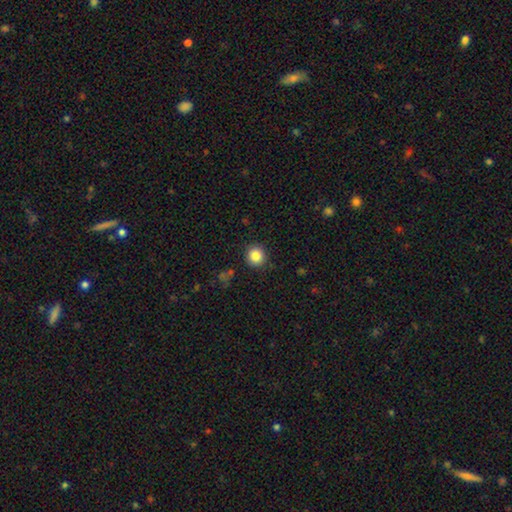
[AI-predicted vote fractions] Smooth or featured?
  - smooth: 85% *
  - star or artifact: 10%
  - featured or disk: 5%
How rounded?
  - round: 91% *
  - in between: 8%
  - cigar-shaped: 1%
Merging?
  - none: 90% *
  - minor disturbance: 7%
  - major disturbance: 2%
  - merger: 1%